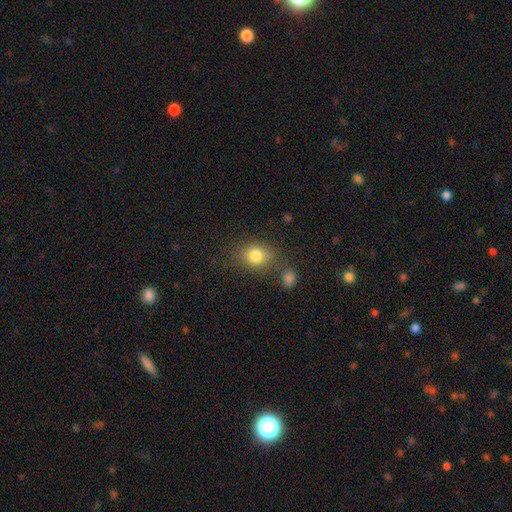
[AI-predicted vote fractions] The model was most divided on "how rounded": round: 58%, in between: 40%, cigar-shaped: 1%. More confident: smooth or featured — smooth (81%); merging — none (70%).